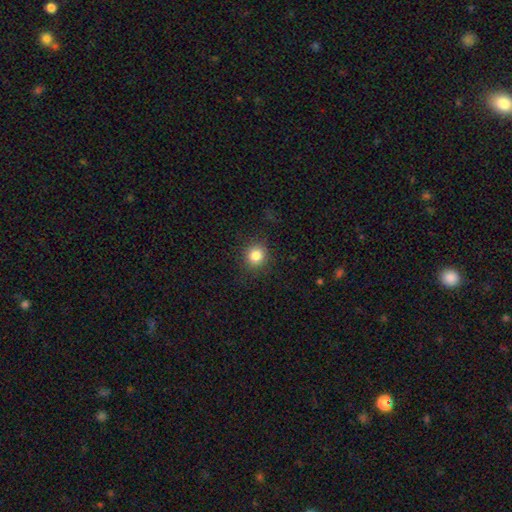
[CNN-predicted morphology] Smooth or featured? Predicted: smooth (p=0.84). How rounded? Predicted: round (p=0.87). Merging? Predicted: none (p=0.88).